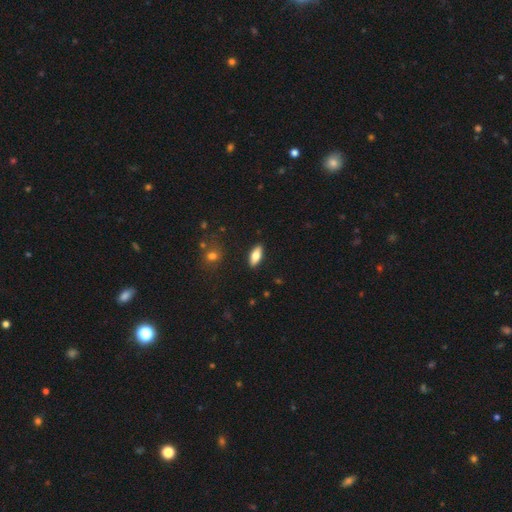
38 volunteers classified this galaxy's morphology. smooth 76%, featured or disk 21%, star or artifact 3%. Down the decision tree: how rounded — in between (76%); merging — none (92%).